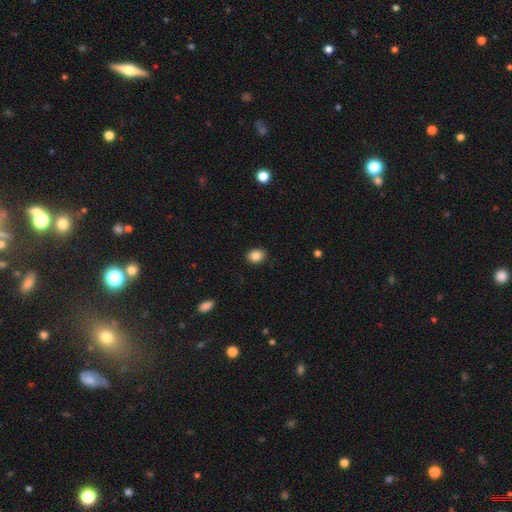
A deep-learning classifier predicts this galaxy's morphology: This appears to be a smooth galaxy with no disk features (86%) that is in between round and cigar-shaped (51%). Merging: none (90%).